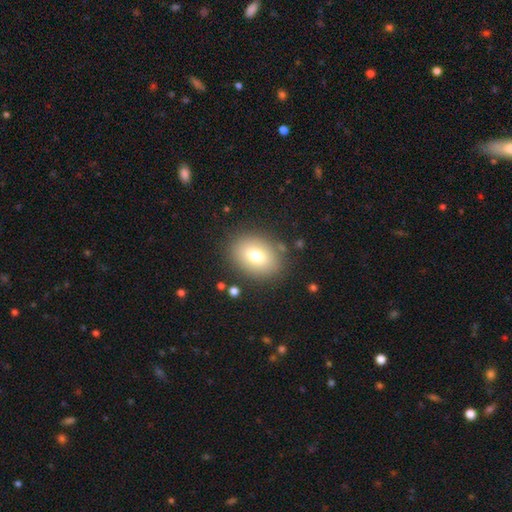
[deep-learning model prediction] Smooth or featured?
  - smooth: 74% *
  - featured or disk: 16%
  - star or artifact: 10%
How rounded?
  - in between: 66% *
  - round: 33%
  - cigar-shaped: 1%
Merging?
  - none: 83% *
  - minor disturbance: 10%
  - major disturbance: 4%
  - merger: 3%